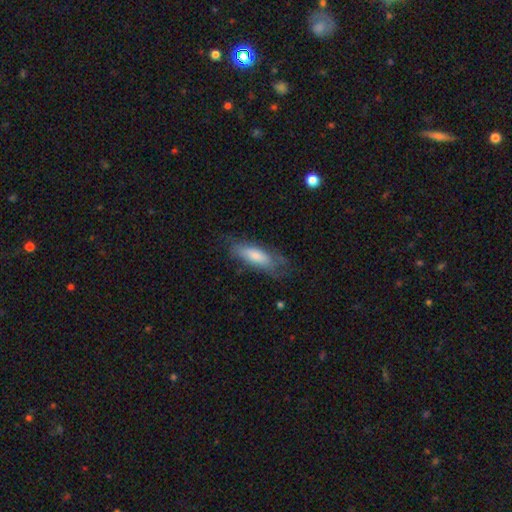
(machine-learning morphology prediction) Smooth or featured? smooth (66%)
How rounded? in between (52%)
Merging? none (63%)